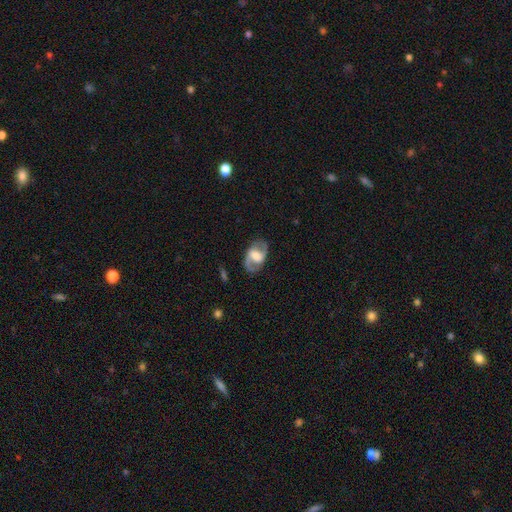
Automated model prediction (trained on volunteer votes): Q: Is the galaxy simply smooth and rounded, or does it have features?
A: featured or disk — 74%.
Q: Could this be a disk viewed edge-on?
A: no — 95%.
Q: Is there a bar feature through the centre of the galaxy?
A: weak — 44%.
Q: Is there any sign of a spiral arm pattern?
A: yes — 84%.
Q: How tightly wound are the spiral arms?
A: medium — 52%.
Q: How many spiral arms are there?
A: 2 — 88%.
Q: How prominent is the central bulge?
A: large — 38%.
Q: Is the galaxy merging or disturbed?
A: none — 78%.